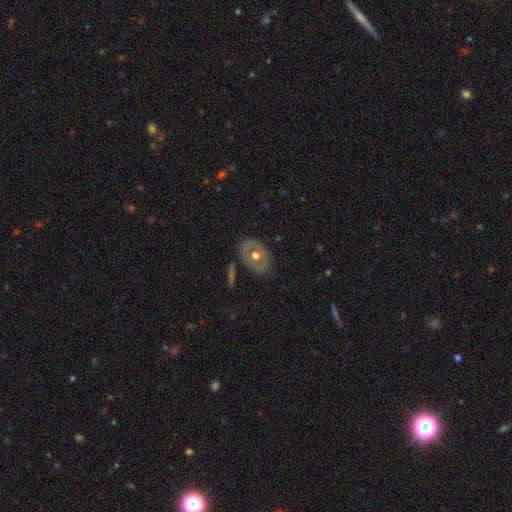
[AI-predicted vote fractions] Smooth or featured? featured or disk (57%)
Edge-on disk? no (91%)
Bar? no (89%)
Spiral arms? no (86%)
Bulge size? moderate (80%)
Merging? none (79%)